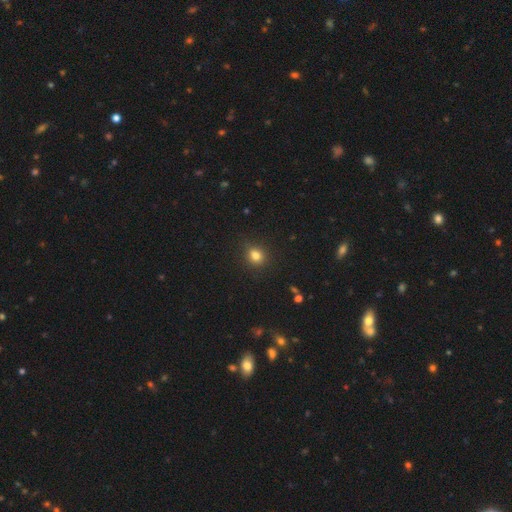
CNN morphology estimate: A smooth galaxy with no disk features (81%) that is round (72%). Merging: none (85%).